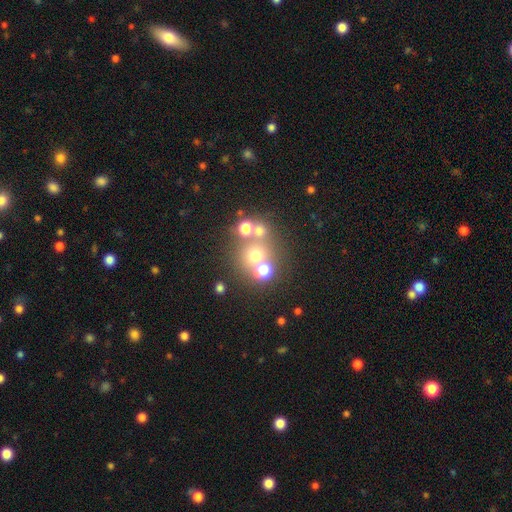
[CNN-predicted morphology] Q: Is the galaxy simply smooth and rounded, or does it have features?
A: smooth — 56%.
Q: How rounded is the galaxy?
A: round — 85%.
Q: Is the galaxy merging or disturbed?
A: none — 52%.